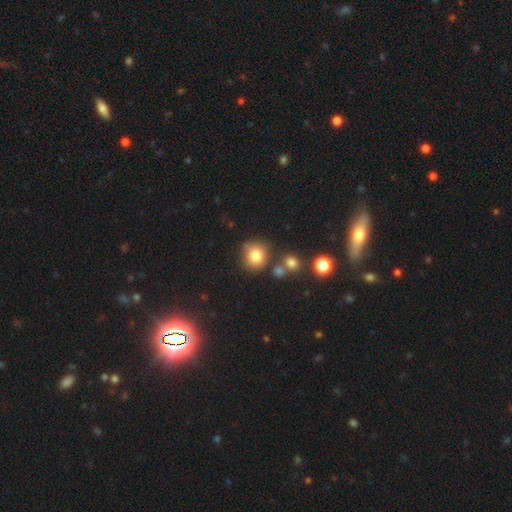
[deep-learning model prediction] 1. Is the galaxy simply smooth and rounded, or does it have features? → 80% smooth, 12% star or artifact, 8% featured or disk.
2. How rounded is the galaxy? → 84% round, 15% in between, 1% cigar-shaped.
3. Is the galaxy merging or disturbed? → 70% none, 13% minor disturbance, 12% merger, 4% major disturbance.